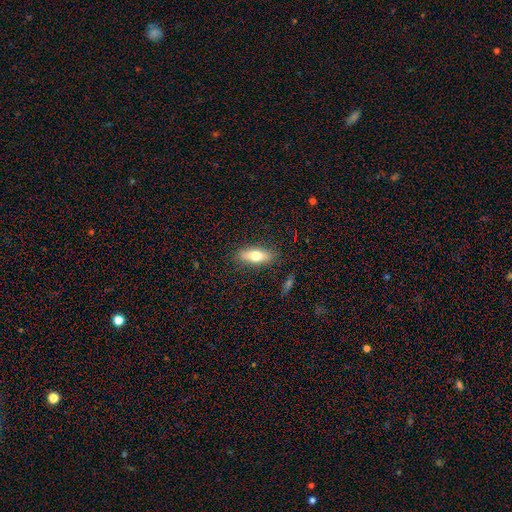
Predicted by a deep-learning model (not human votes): smooth-or-featured: smooth: 68% | featured or disk: 25% | star or artifact: 7%
  how-rounded: in between: 66% | cigar-shaped: 31% | round: 3%
  merging: none: 86% | minor disturbance: 10% | major disturbance: 2% | merger: 1%